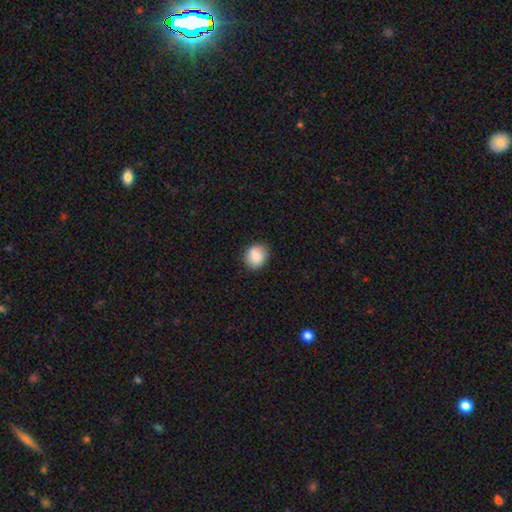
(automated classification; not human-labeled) Q: Smooth or featured?
A: smooth (85%); runner-up: star or artifact (8%)
Q: How rounded?
A: round (77%); runner-up: in between (22%)
Q: Merging?
A: none (81%); runner-up: minor disturbance (15%)